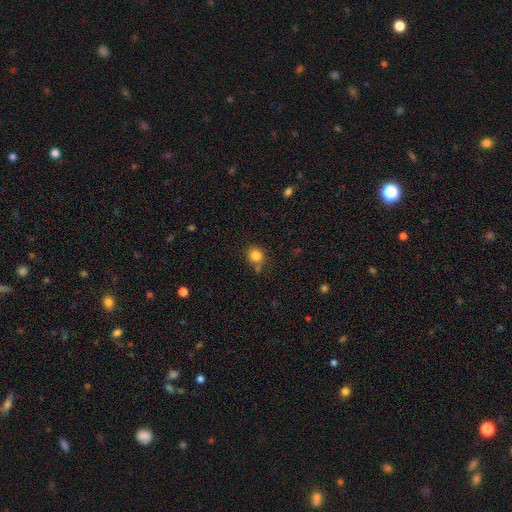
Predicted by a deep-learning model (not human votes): This appears to be a smooth galaxy with no disk features (83%) that is round (81%). Merging: none (71%).